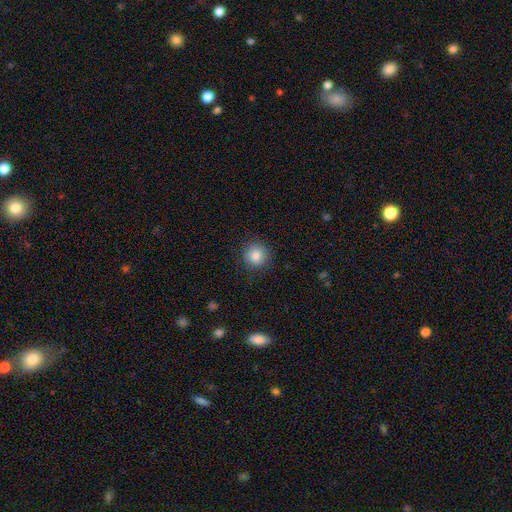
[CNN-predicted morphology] This is clearly a smooth galaxy (84%). How rounded: clearly round (93%). Merging: clearly none (87%).